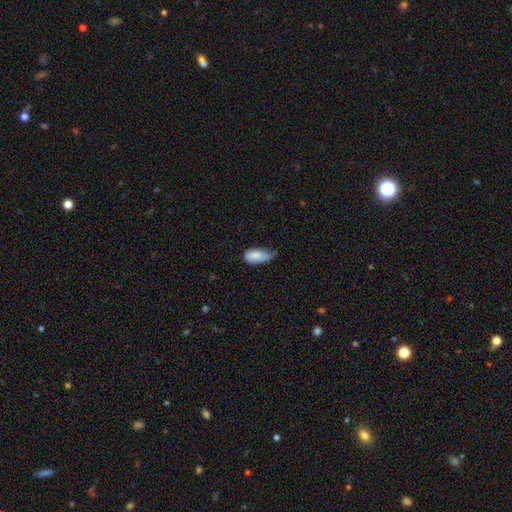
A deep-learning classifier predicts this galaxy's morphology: type=smooth (82%); roundness=in between (92%); merging=minor disturbance (53%).